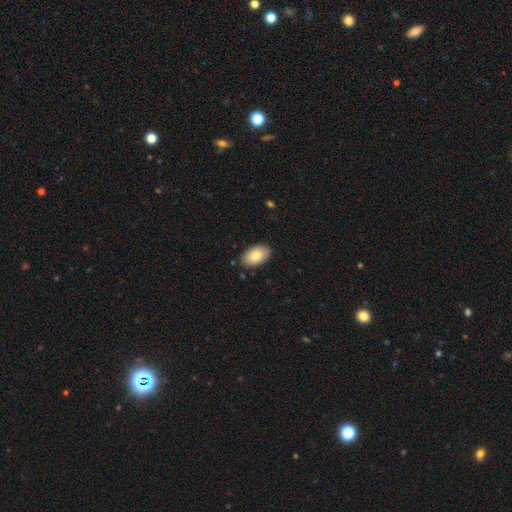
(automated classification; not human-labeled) Q: Smooth or featured?
A: smooth (82%); runner-up: featured or disk (12%)
Q: How rounded?
A: in between (93%); runner-up: round (6%)
Q: Merging?
A: none (88%); runner-up: minor disturbance (9%)